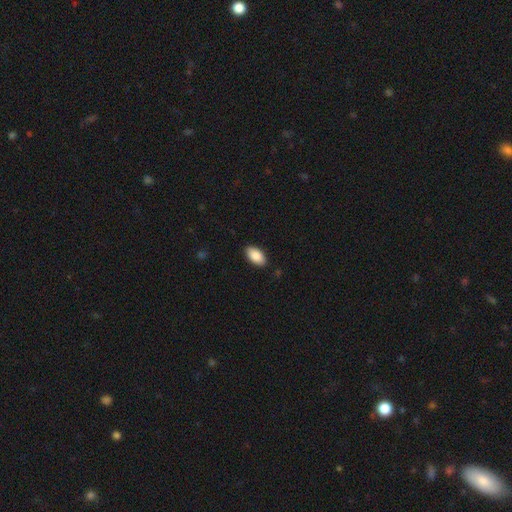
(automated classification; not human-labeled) Q: Smooth or featured?
A: smooth (89%); runner-up: star or artifact (6%)
Q: How rounded?
A: in between (95%); runner-up: round (3%)
Q: Merging?
A: none (88%); runner-up: minor disturbance (9%)